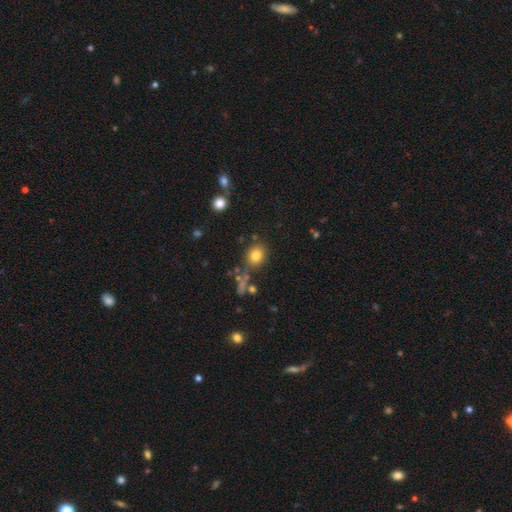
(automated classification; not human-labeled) The model was most divided on "how rounded": round: 71%, in between: 28%, cigar-shaped: 1%. More confident: smooth or featured — smooth (80%); merging — none (76%).